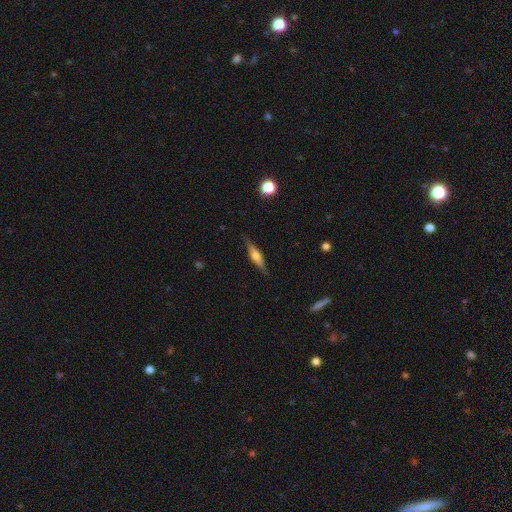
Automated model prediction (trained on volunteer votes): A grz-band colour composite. It shows a featured or disk galaxy (57%) viewed edge-on (95%) with a rounded central bulge (84%). Merging: none (86%).